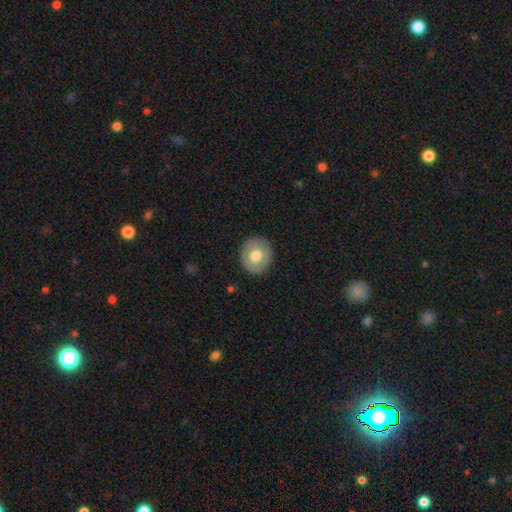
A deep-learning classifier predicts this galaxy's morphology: The model was most divided on "smooth or featured": smooth: 64%, featured or disk: 30%, star or artifact: 6%. More confident: merging — none (88%); how rounded — round (82%).